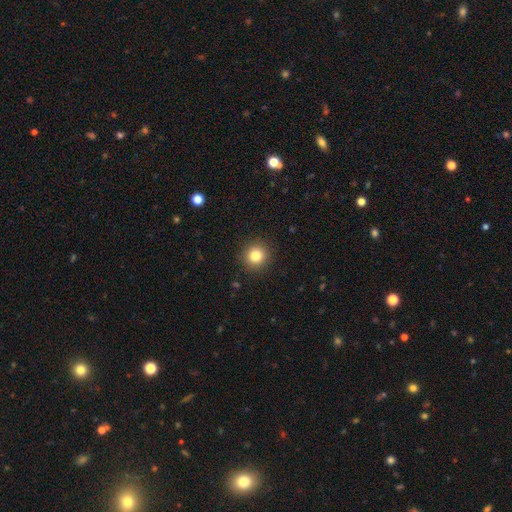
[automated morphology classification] Smooth or featured: smooth — 82% (star or artifact — 12%)
How rounded: round — 93% (in between — 6%)
Merging: none — 91% (minor disturbance — 6%)